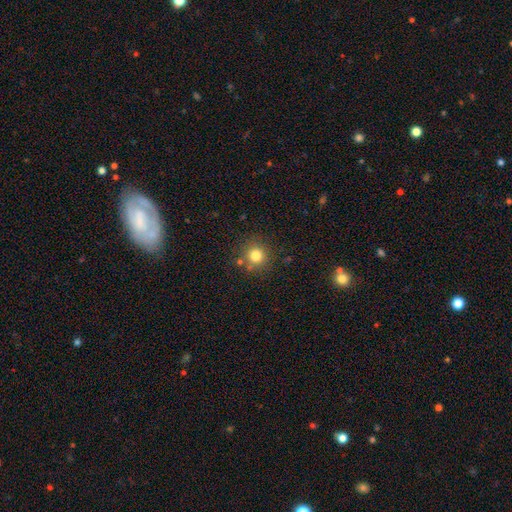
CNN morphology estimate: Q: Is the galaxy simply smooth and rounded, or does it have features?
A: smooth — 80%.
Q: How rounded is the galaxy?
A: round — 93%.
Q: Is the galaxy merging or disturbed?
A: none — 81%.